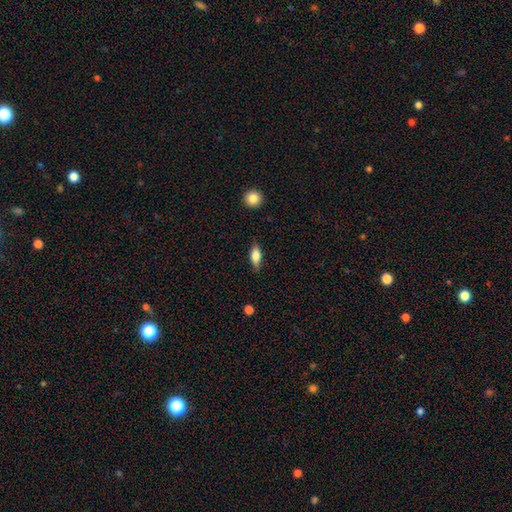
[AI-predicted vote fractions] smooth-or-featured: smooth: 64% | featured or disk: 28% | star or artifact: 7%
  how-rounded: in between: 68% | cigar-shaped: 28% | round: 4%
  merging: none: 83% | minor disturbance: 12% | major disturbance: 3% | merger: 1%